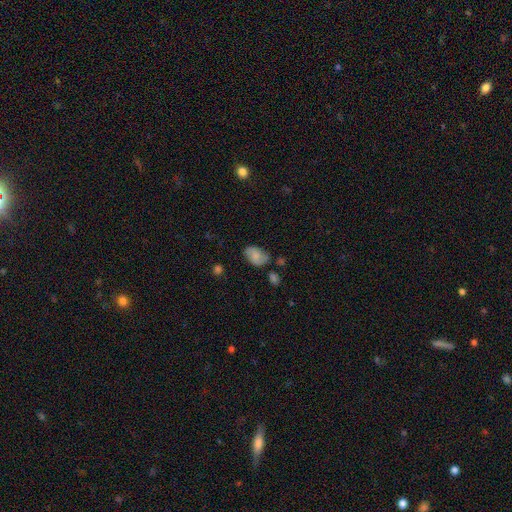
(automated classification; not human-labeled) A smooth galaxy with no disk features (67%) that is in between round and cigar-shaped (89%).

Vote fractions:
- Smooth or featured? smooth: 67% / featured or disk: 25% / star or artifact: 9%
- How rounded? in between: 89% / round: 10% / cigar-shaped: 1%
- Merging? none: 64% / minor disturbance: 24% / major disturbance: 6% / merger: 5%